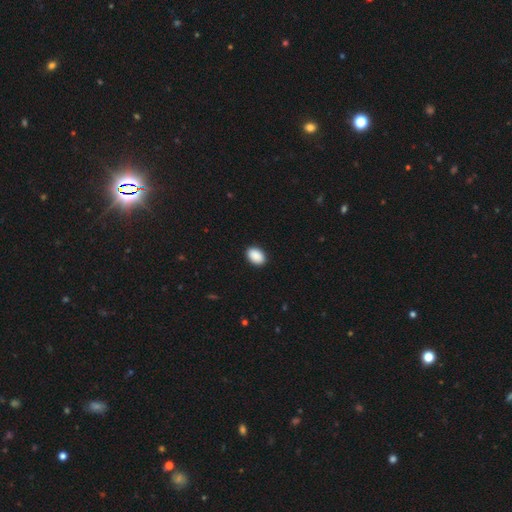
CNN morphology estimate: Overall: smooth (91%). How rounded: in between (83%). Merging: none (91%).